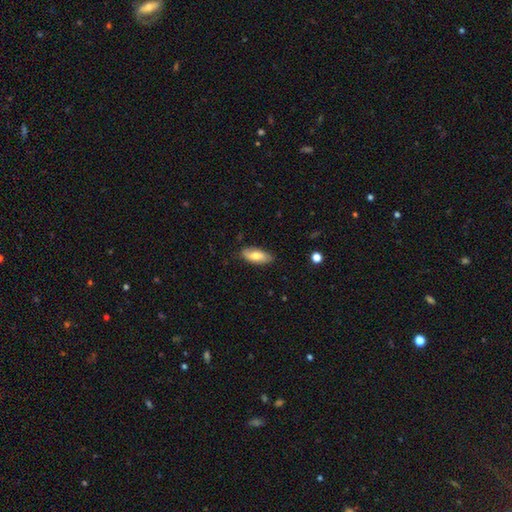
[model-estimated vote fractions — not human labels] Smooth or featured: smooth — 73% (featured or disk — 21%)
How rounded: in between — 83% (cigar-shaped — 14%)
Merging: none — 82% (minor disturbance — 15%)